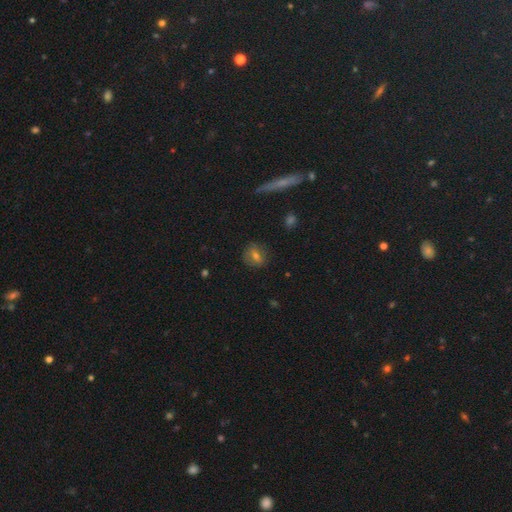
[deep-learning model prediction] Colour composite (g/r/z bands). It shows a smooth galaxy with no disk features (62%) that is round (63%). Merging: none (83%).